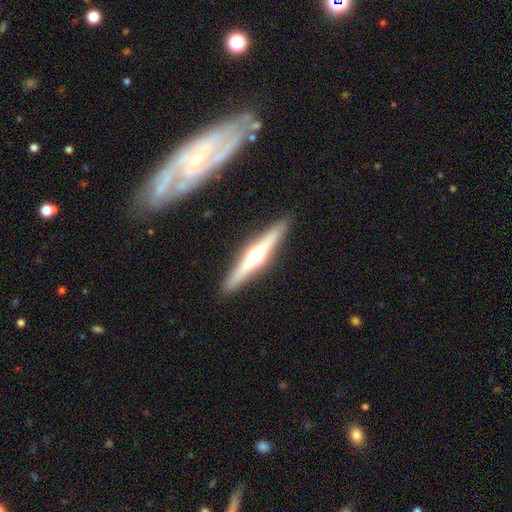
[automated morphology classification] Overall: featured or disk (67%; smooth 28%). Edge-on disk: yes (97%). Edge-on bulge: rounded (92%). Merging: none (90%).